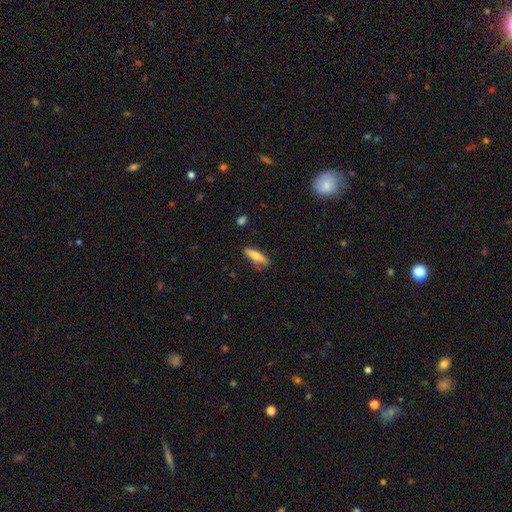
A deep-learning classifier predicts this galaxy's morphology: Smooth or featured?
  - smooth: 68% *
  - featured or disk: 26%
  - star or artifact: 6%
How rounded?
  - cigar-shaped: 59% *
  - in between: 39%
  - round: 2%
Merging?
  - none: 76% *
  - minor disturbance: 18%
  - major disturbance: 4%
  - merger: 2%